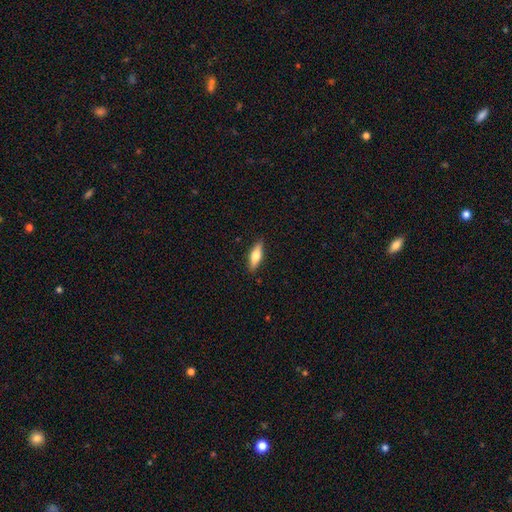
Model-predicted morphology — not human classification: Overall: smooth (63%; featured or disk 31%). How rounded: in between (51%; cigar-shaped 47%). Merging: none (88%).